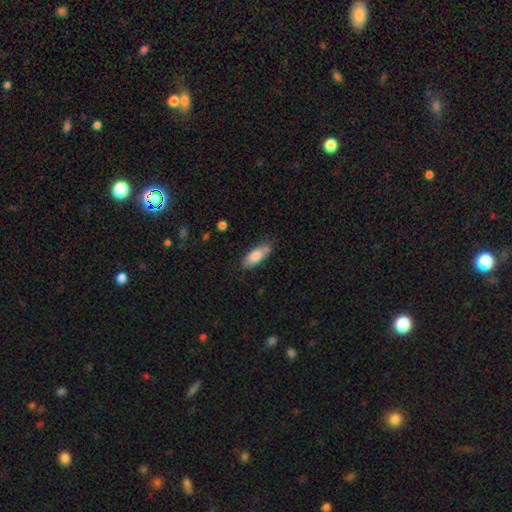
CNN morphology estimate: Smooth or featured?
  - smooth: 80% *
  - featured or disk: 14%
  - star or artifact: 6%
How rounded?
  - in between: 75% *
  - cigar-shaped: 23%
  - round: 2%
Merging?
  - none: 73% *
  - minor disturbance: 20%
  - major disturbance: 4%
  - merger: 3%